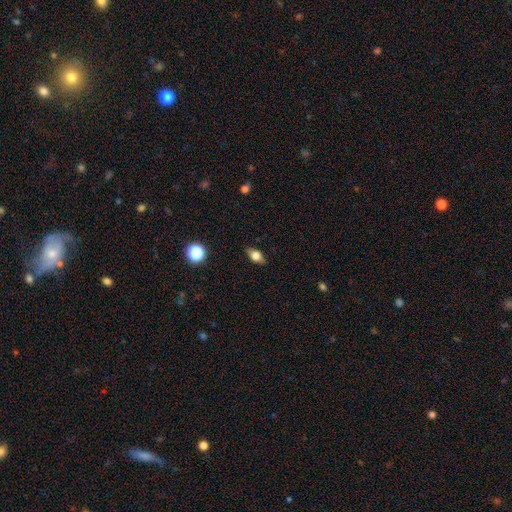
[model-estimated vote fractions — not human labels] smooth_or_featured: smooth (p=0.68) [alt: featured or disk p=0.23]
how_rounded: in between (p=0.77) [alt: round p=0.14]
merging: none (p=0.85) [alt: minor disturbance p=0.11]